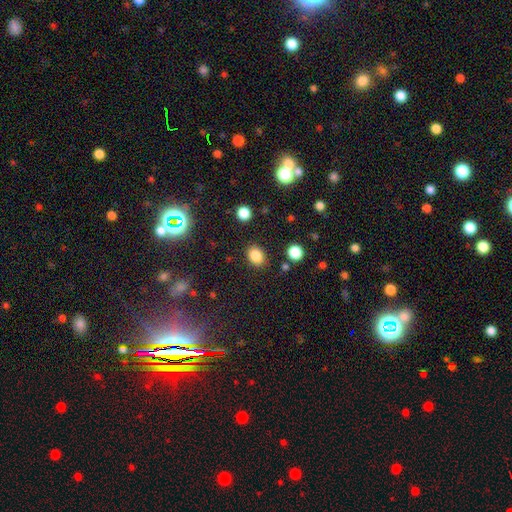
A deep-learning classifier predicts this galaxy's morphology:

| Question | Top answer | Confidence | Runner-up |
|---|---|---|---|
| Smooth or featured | smooth | 84% | star or artifact (11%) |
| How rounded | in between | 57% | round (42%) |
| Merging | none | 85% | minor disturbance (9%) |